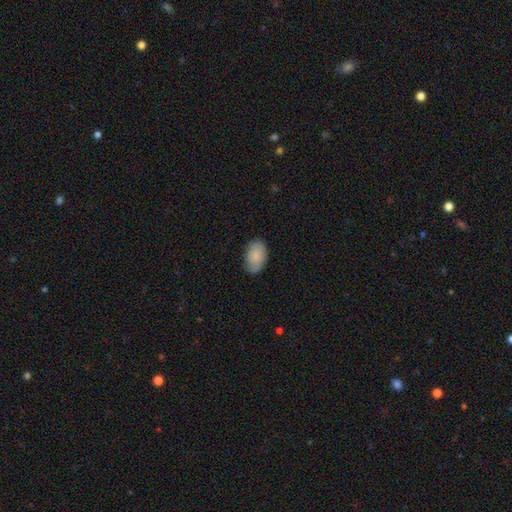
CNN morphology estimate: Smooth or featured?
  - smooth: 83% *
  - featured or disk: 10%
  - star or artifact: 6%
How rounded?
  - in between: 92% *
  - round: 7%
  - cigar-shaped: 1%
Merging?
  - none: 79% *
  - minor disturbance: 17%
  - major disturbance: 3%
  - merger: 1%